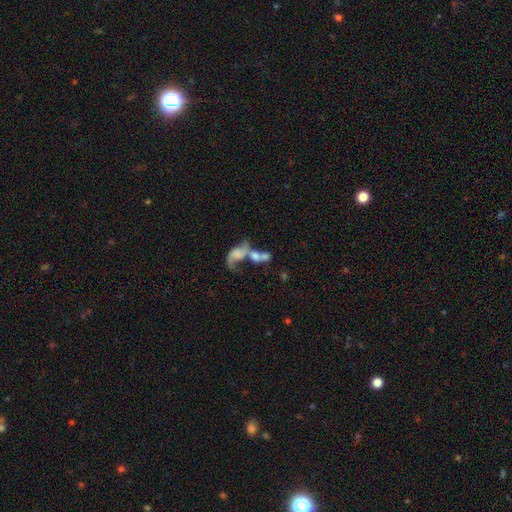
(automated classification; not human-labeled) Morphology: type=featured or disk (54%); edge-on=no (94%); bar=no (71%); spiral arms=yes (61%); bulge=none (38%); merging=merger (63%).